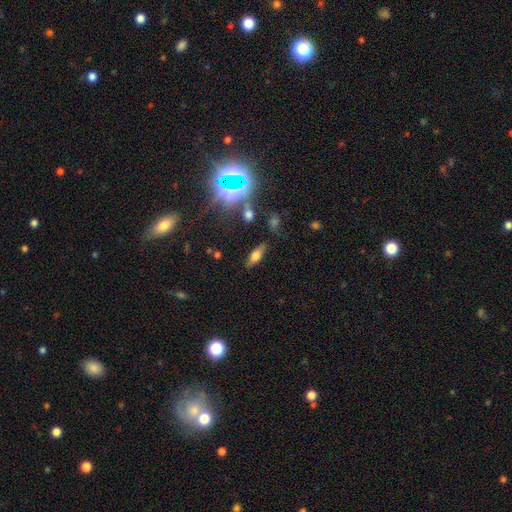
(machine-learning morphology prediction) smooth 61%, featured or disk 23%, star or artifact 16%. Down the decision tree: how rounded — in between (69%); merging — none (81%).